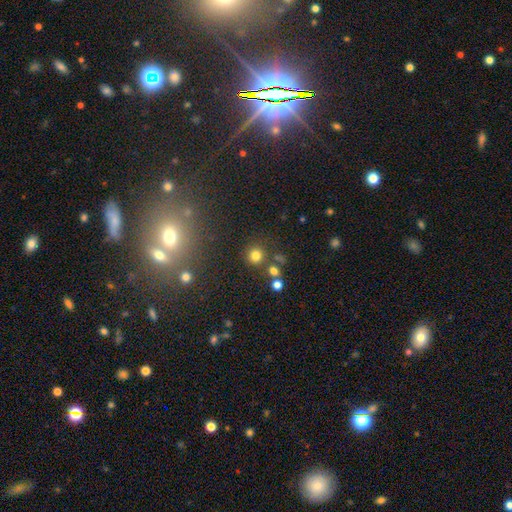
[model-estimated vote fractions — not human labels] Q: Smooth or featured?
A: smooth (77%); runner-up: star or artifact (17%)
Q: How rounded?
A: round (93%); runner-up: in between (6%)
Q: Merging?
A: none (81%); runner-up: merger (9%)